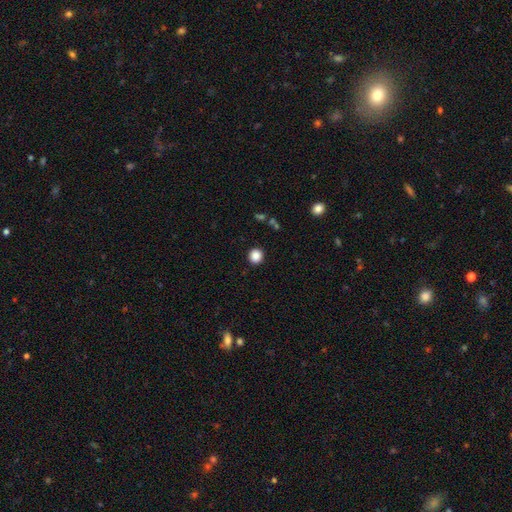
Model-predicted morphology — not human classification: Smooth or featured? Predicted: smooth (p=0.87). How rounded? Predicted: round (p=0.91). Merging? Predicted: none (p=0.92).